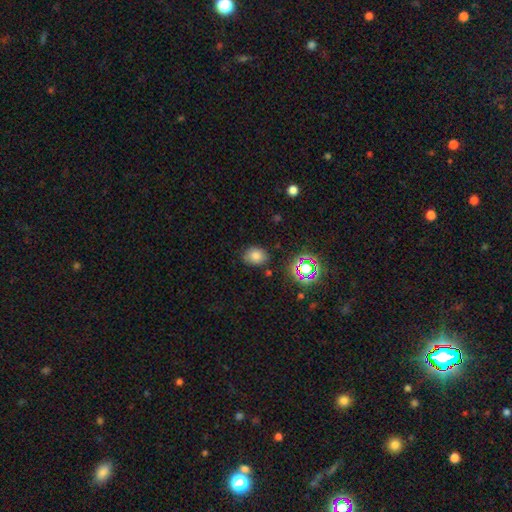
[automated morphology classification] type=smooth (75%); roundness=in between (53%); merging=none (76%).